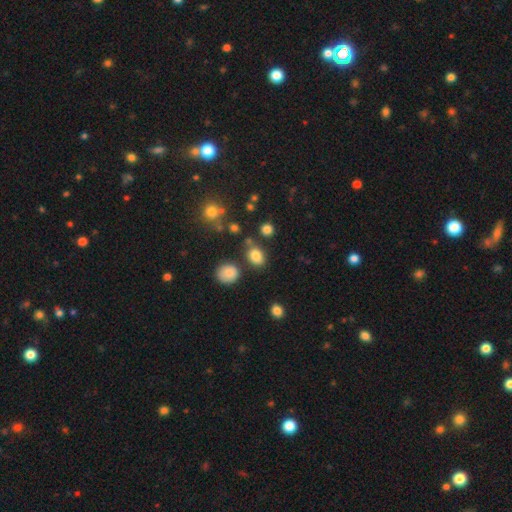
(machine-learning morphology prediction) smooth-or-featured: smooth: 83% | star or artifact: 11% | featured or disk: 6%
  how-rounded: in between: 66% | round: 32% | cigar-shaped: 1%
  merging: none: 77% | minor disturbance: 12% | merger: 7% | major disturbance: 4%